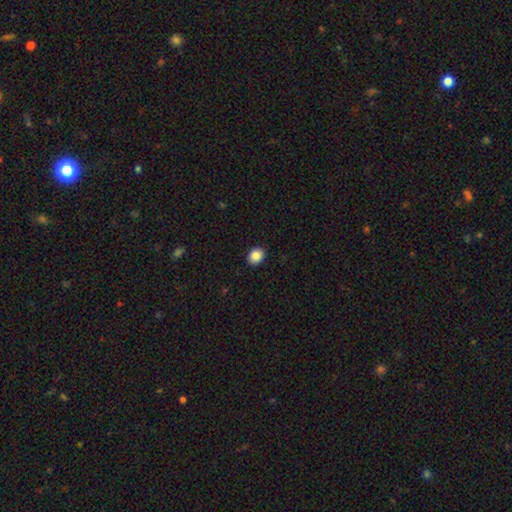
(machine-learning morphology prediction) This appears to be a smooth galaxy with no disk features (86%) that is round (53%). Merging: none (91%).